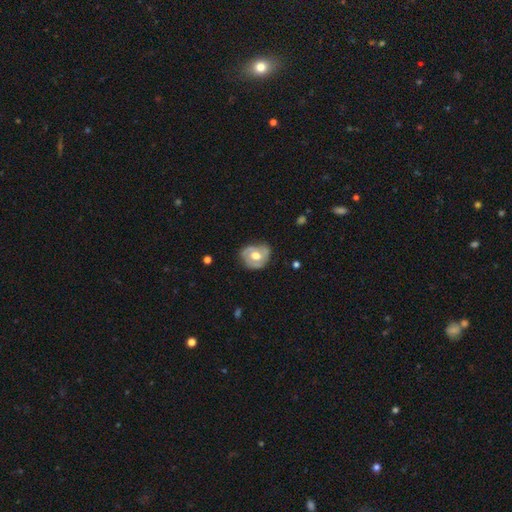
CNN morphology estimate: featured or disk 60%, smooth 34%, star or artifact 6%. Down the decision tree: edge-on disk — no (96%); bar — no (71%); spiral arms — yes (63%); bulge size — moderate (63%); merging — none (62%).